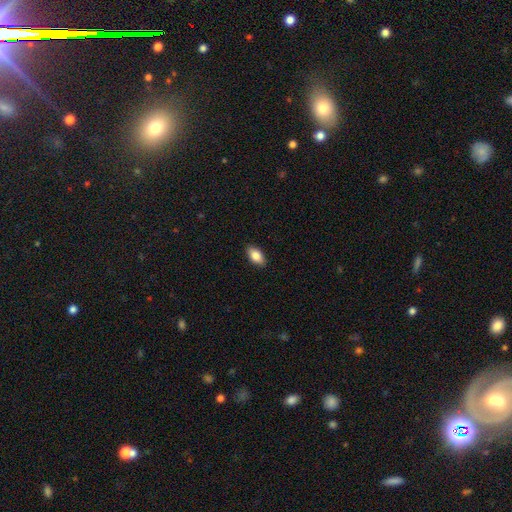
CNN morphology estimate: A smooth galaxy with no disk features (85%) that is in between round and cigar-shaped (92%).

Vote fractions:
- Smooth or featured? smooth: 85% / featured or disk: 8% / star or artifact: 7%
- How rounded? in between: 92% / round: 4% / cigar-shaped: 3%
- Merging? none: 89% / minor disturbance: 8% / major disturbance: 2% / merger: 1%